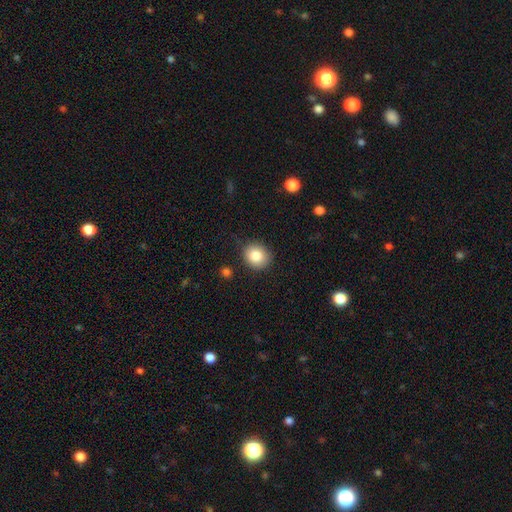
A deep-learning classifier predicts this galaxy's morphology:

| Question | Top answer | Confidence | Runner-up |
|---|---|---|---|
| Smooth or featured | smooth | 83% | star or artifact (10%) |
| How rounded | round | 81% | in between (18%) |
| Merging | none | 85% | minor disturbance (11%) |